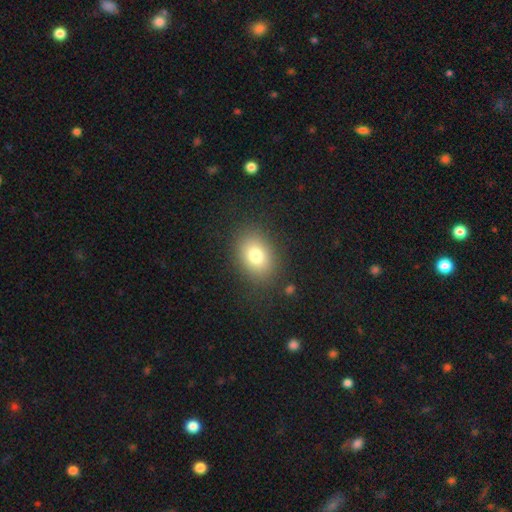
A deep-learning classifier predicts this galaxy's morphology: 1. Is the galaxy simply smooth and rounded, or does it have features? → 78% smooth, 11% star or artifact, 11% featured or disk.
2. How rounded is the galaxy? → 66% in between, 33% round, 1% cigar-shaped.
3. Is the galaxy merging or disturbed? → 85% none, 9% minor disturbance, 4% major disturbance, 1% merger.